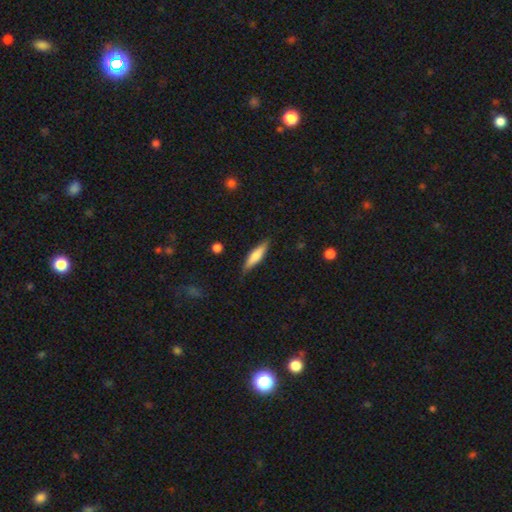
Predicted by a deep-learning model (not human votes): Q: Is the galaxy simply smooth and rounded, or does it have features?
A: smooth — 64%.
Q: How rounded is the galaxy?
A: cigar-shaped — 72%.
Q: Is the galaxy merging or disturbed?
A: none — 82%.